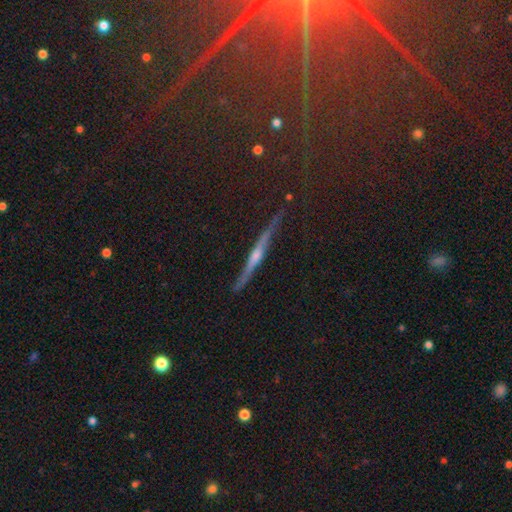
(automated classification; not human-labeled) smooth-or-featured: featured or disk: 69% | smooth: 16% | star or artifact: 15%
  disk-edge-on: yes: 95% | no: 5%
    edge-on-bulge: rounded: 76% | none: 14% | boxy: 10%
  merging: none: 85% | minor disturbance: 11% | major disturbance: 3% | merger: 2%